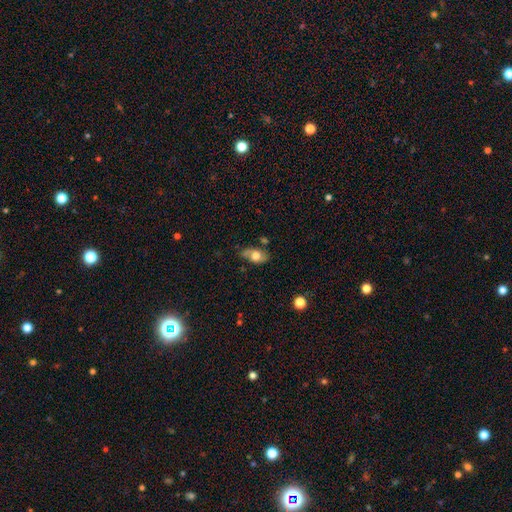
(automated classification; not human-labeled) Smooth or featured? smooth (62%)
How rounded? in between (86%)
Merging? none (59%)